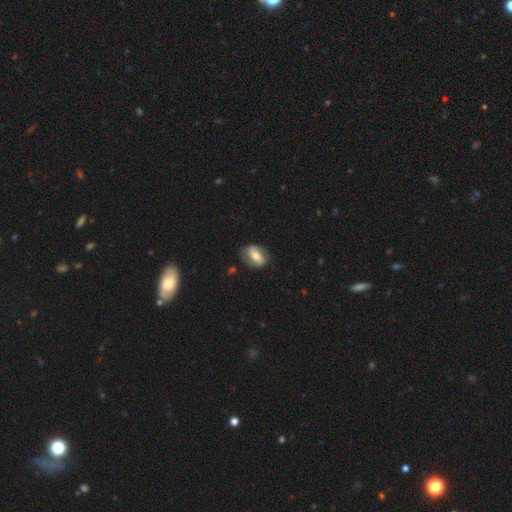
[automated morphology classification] type=featured or disk (63%); edge-on=no (94%); bar=strong (45%); spiral arms=yes (73%); bulge=moderate (68%); merging=none (78%).